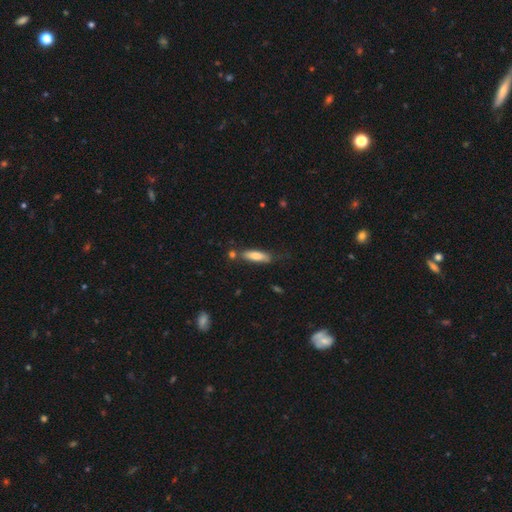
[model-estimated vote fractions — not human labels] smooth_or_featured: smooth (p=0.76) [alt: featured or disk p=0.17]
how_rounded: cigar-shaped (p=0.55) [alt: in between p=0.43]
merging: none (p=0.66) [alt: minor disturbance p=0.20]